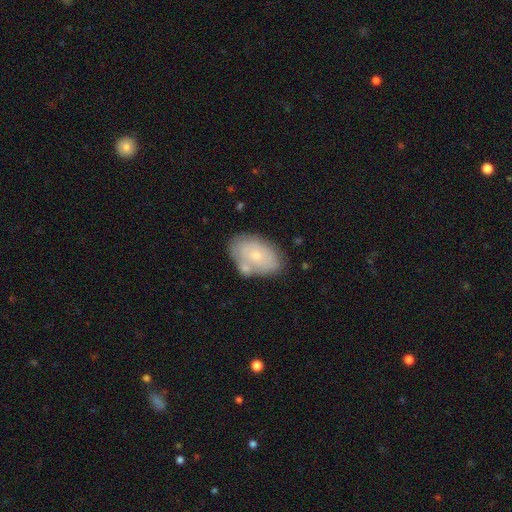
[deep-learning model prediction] smooth 66%, featured or disk 28%, star or artifact 7%. Down the decision tree: how rounded — in between (91%); merging — none (59%).